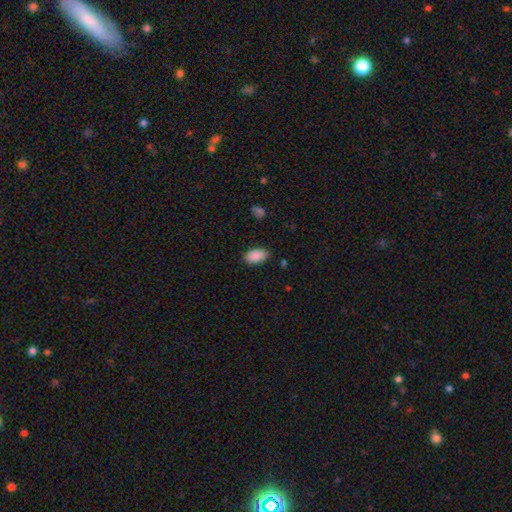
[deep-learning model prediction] Overall: smooth (90%). How rounded: in between (94%). Merging: none (84%).